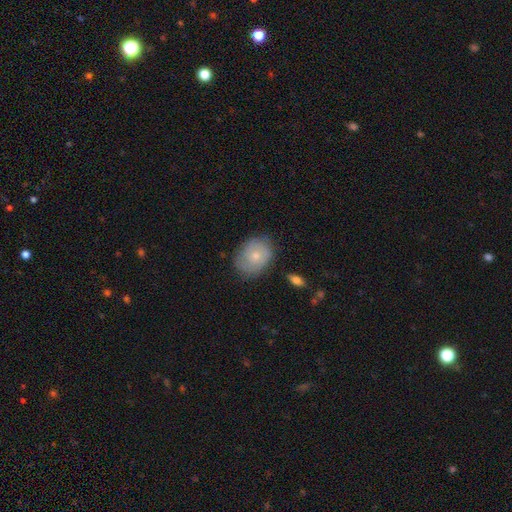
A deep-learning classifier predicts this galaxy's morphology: This appears to be a smooth galaxy with no disk features (70%) that is in between round and cigar-shaped (54%). Merging: none (71%).